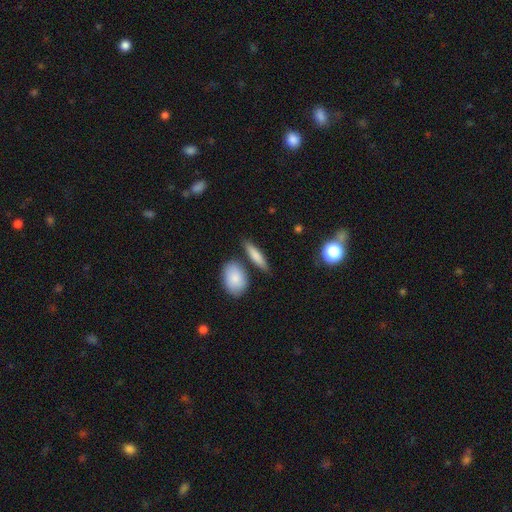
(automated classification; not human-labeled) smooth_or_featured: smooth (p=0.78) [alt: featured or disk p=0.16]
how_rounded: cigar-shaped (p=0.60) [alt: in between p=0.35]
merging: none (p=0.76) [alt: minor disturbance p=0.12]